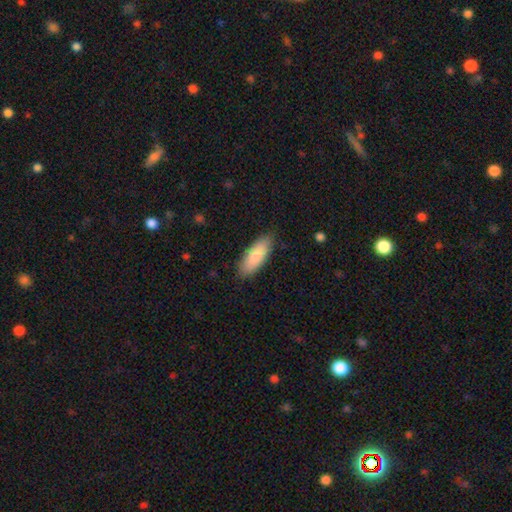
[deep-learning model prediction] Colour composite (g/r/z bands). It shows a smooth galaxy with no disk features (85%) that is in between round and cigar-shaped (72%). Merging: none (85%).